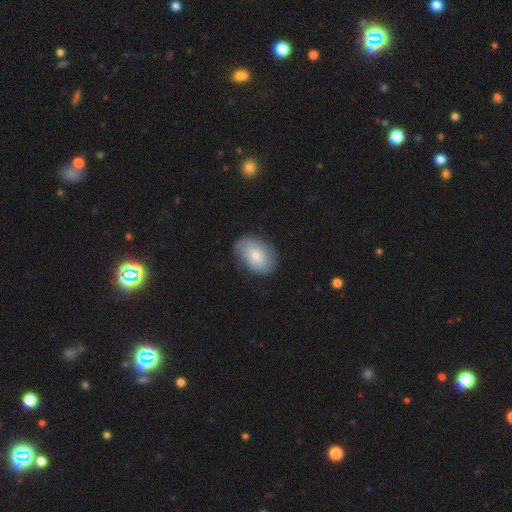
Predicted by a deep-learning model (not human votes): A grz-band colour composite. It shows a smooth galaxy with no disk features (64%) that is in between round and cigar-shaped (82%). Merging: none (74%).